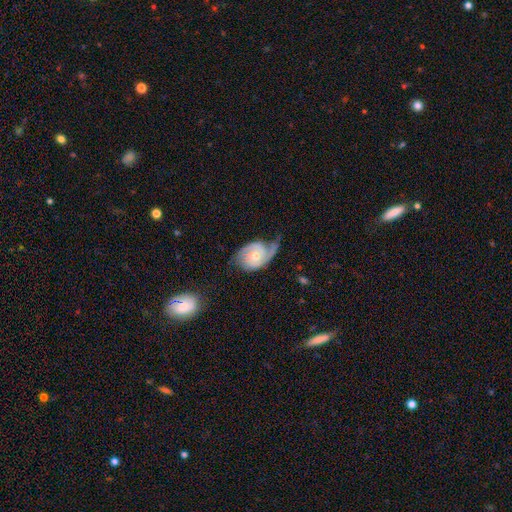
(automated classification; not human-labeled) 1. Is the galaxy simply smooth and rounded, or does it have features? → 80% featured or disk, 14% smooth, 5% star or artifact.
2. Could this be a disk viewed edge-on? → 97% no, 3% yes.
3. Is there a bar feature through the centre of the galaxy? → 71% no, 24% weak, 4% strong.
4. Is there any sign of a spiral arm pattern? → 95% yes, 5% no.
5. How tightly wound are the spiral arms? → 40% medium, 39% tight, 21% loose.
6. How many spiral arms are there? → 69% 2, 14% 1, 9% can't tell, 5% 3, 2% 4, 2% more than 4.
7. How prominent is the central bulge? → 51% small, 44% moderate, 2% large, 2% none, 1% dominant.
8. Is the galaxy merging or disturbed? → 49% none, 29% minor disturbance, 20% major disturbance, 2% merger.